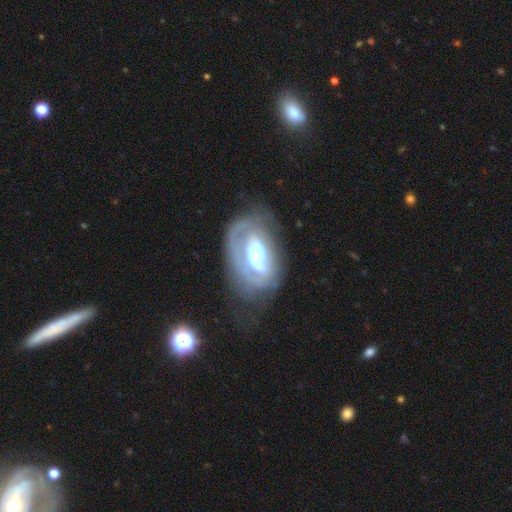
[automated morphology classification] The model was most divided on "bar": no: 47%, weak: 31%, strong: 22%. Remaining: edge-on disk — no (94%); smooth or featured — featured or disk (73%); spiral arms — yes (66%); bulge size — moderate (55%); merging — none (47%).